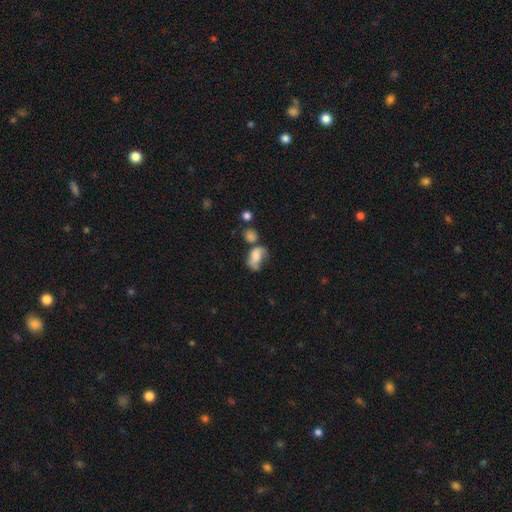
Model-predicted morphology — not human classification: smooth 59%, featured or disk 30%, star or artifact 11%. Down the decision tree: how rounded — in between (82%); merging — merger (29%).